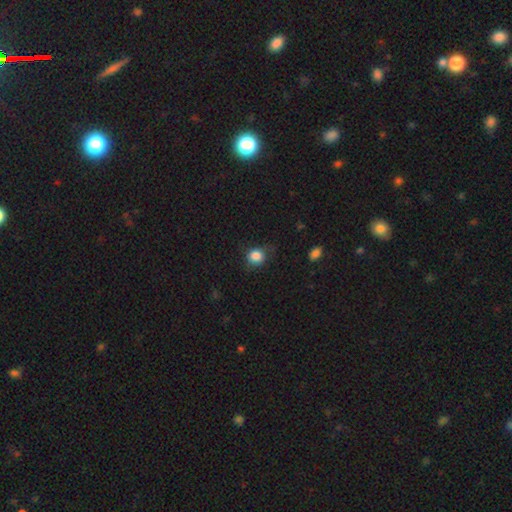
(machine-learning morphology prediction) Smooth or featured?
  - smooth: 84% *
  - star or artifact: 11%
  - featured or disk: 6%
How rounded?
  - round: 83% *
  - in between: 16%
  - cigar-shaped: 1%
Merging?
  - none: 71% *
  - minor disturbance: 21%
  - major disturbance: 7%
  - merger: 1%